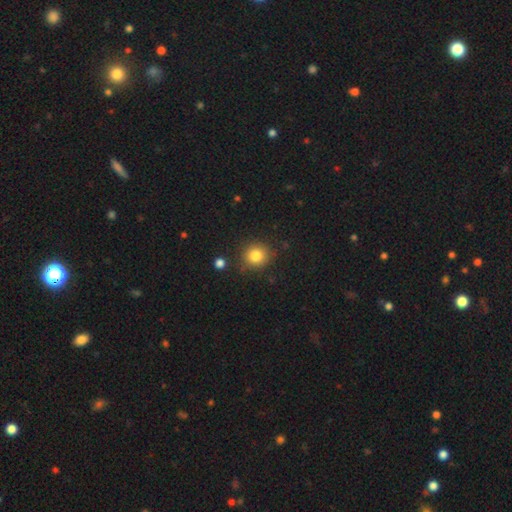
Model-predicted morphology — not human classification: Overall: smooth (82%). How rounded: round (87%). Merging: none (85%).